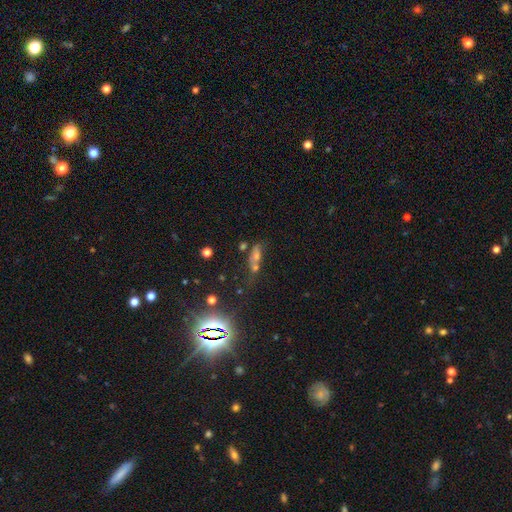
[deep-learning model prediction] A smooth galaxy with no disk features (41%). Merging: none (44%).